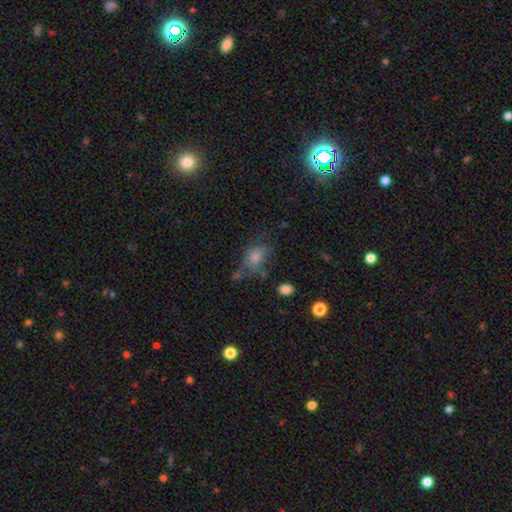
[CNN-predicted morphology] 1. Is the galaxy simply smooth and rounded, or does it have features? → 53% smooth, 24% featured or disk, 23% star or artifact.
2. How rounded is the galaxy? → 64% in between, 33% round, 3% cigar-shaped.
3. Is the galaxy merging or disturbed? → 48% none, 25% minor disturbance, 18% major disturbance, 8% merger.